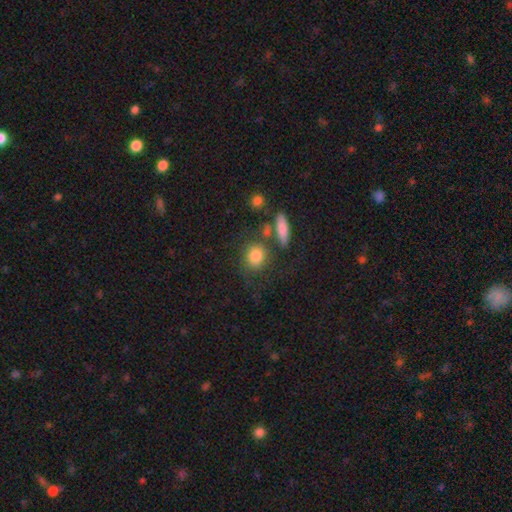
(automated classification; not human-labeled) Q: Smooth or featured?
A: smooth (81%); runner-up: featured or disk (10%)
Q: How rounded?
A: round (71%); runner-up: in between (26%)
Q: Merging?
A: none (63%); runner-up: minor disturbance (15%)